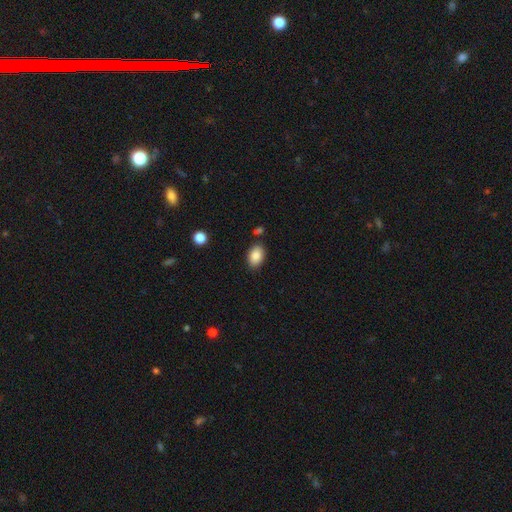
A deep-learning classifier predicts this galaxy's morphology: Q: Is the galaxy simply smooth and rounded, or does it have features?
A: smooth — 87%.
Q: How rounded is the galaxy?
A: in between — 88%.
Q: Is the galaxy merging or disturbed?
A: none — 82%.